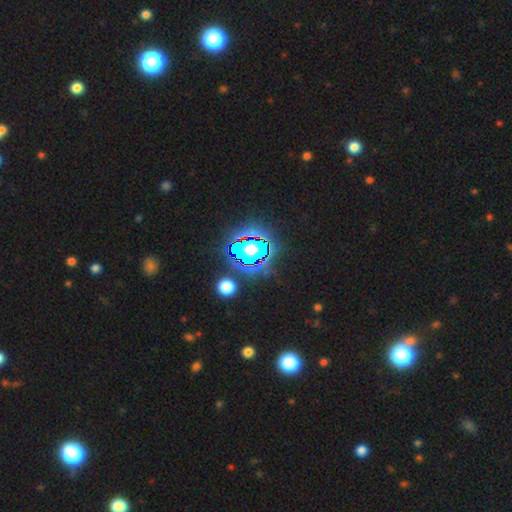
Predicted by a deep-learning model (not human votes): This is likely a star or artifact rather than a galaxy (76%).